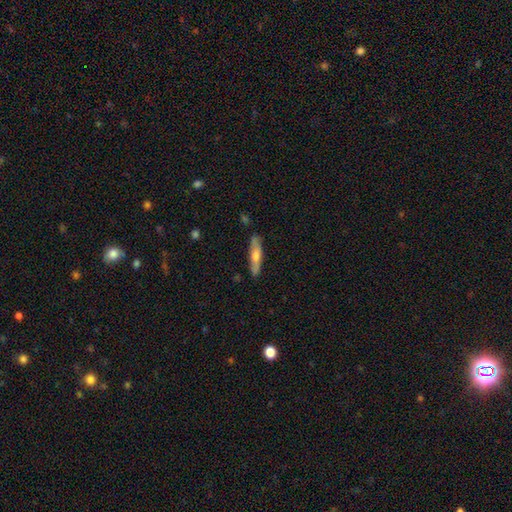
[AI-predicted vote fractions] Smooth or featured: smooth — 56% (featured or disk — 38%)
How rounded: cigar-shaped — 81% (in between — 17%)
Merging: none — 83% (minor disturbance — 13%)